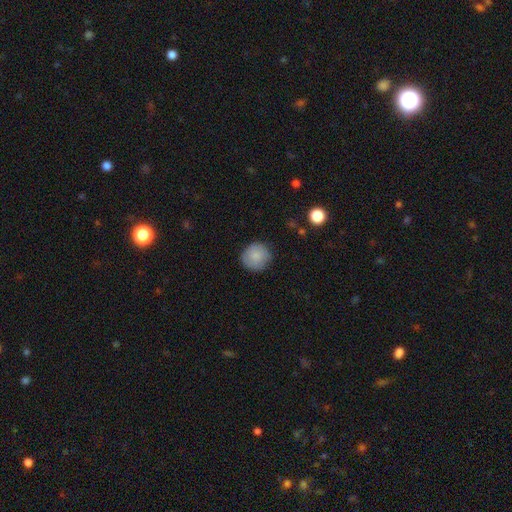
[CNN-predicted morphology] This is clearly a smooth galaxy (83%). How rounded: clearly round (92%). Merging: clearly none (85%).